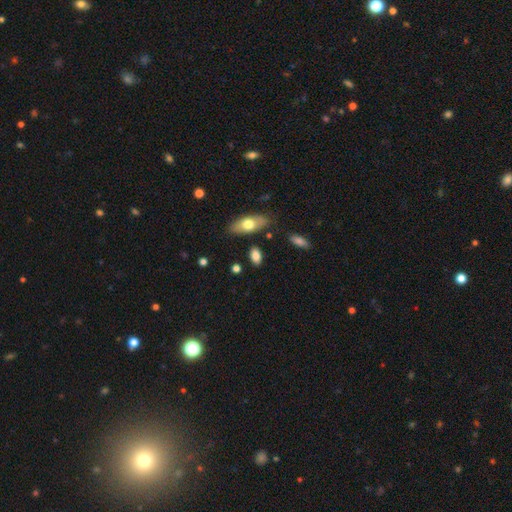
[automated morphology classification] This appears to be a smooth galaxy with no disk features (79%) that is in between round and cigar-shaped (84%). Merging: none (80%).